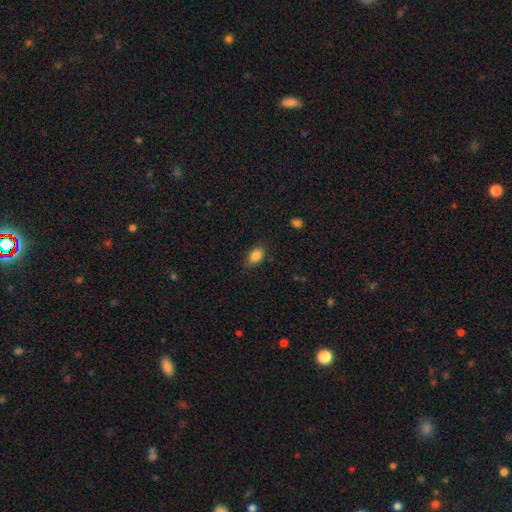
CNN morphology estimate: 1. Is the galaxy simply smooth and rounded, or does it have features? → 86% smooth, 9% star or artifact, 5% featured or disk.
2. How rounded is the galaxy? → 86% in between, 12% round, 2% cigar-shaped.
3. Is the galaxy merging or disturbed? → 82% none, 14% minor disturbance, 3% major disturbance, 1% merger.